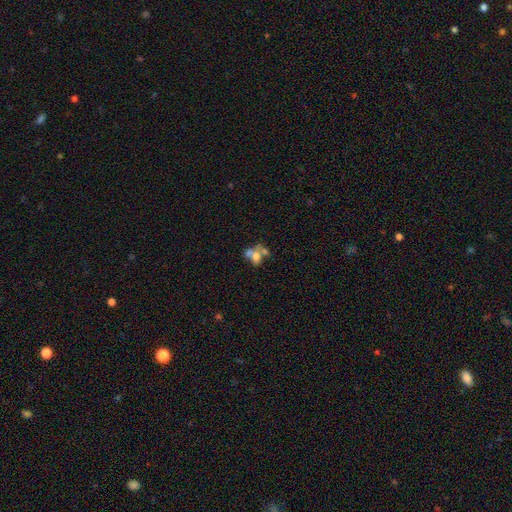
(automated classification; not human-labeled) This is possibly a smooth galaxy (52%). How rounded: likely in between (63%). Merging: possibly merger (53%).